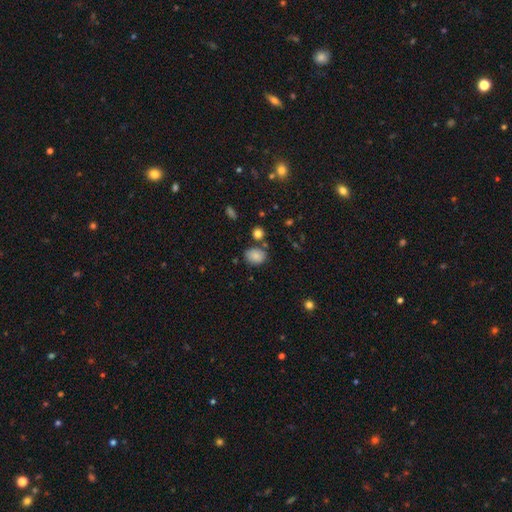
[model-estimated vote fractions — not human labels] This appears to be a smooth galaxy with no disk features (83%) that is in between round and cigar-shaped (51%). Merging: none (72%).